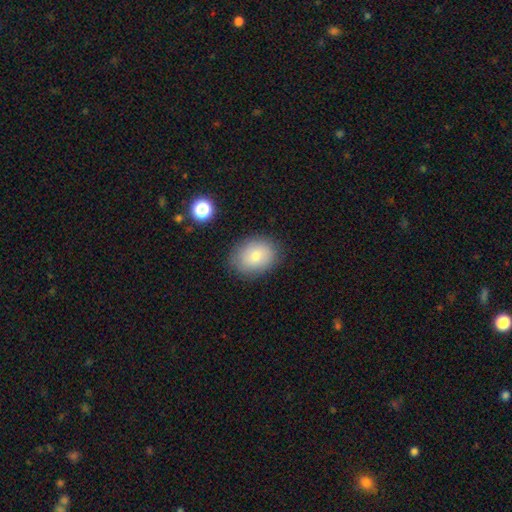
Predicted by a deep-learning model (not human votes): Smooth or featured? smooth (76%)
How rounded? in between (62%)
Merging? none (84%)